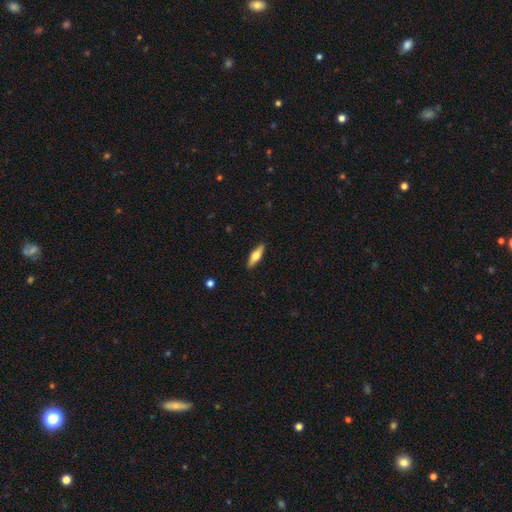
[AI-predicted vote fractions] Smooth or featured? smooth (50%)
How rounded? cigar-shaped (57%)
Merging? none (90%)